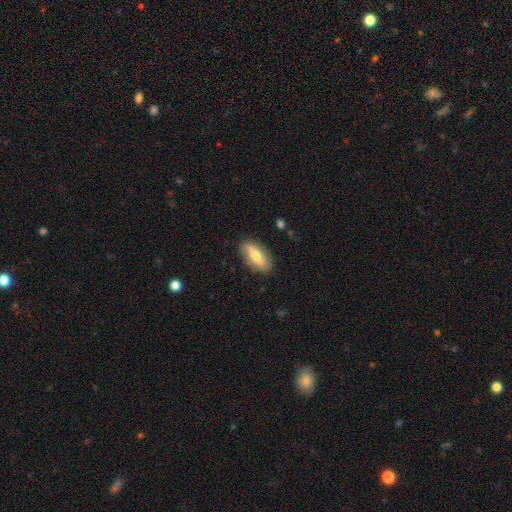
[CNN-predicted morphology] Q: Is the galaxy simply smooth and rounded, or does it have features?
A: smooth — 61%.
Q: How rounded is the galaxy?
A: in between — 79%.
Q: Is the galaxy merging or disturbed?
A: none — 84%.